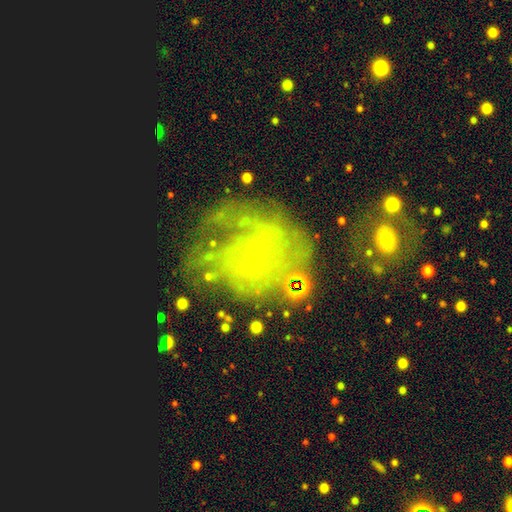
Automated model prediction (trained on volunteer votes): A featured or disk galaxy (66%) with no bar (51%), spiral arms (58%) and no central bulge (52%).

Vote fractions:
- Smooth or featured? featured or disk: 66% / smooth: 17% / star or artifact: 17%
- Edge-on disk? no: 98% / yes: 2%
- Bar? no: 51% / weak: 38% / strong: 10%
- Spiral arms? yes: 58% / no: 42%
- Bulge size? none: 52% / small: 35% / moderate: 10% / large: 2% / dominant: 1%
- Merging? none: 49% / major disturbance: 25% / minor disturbance: 20% / merger: 6%